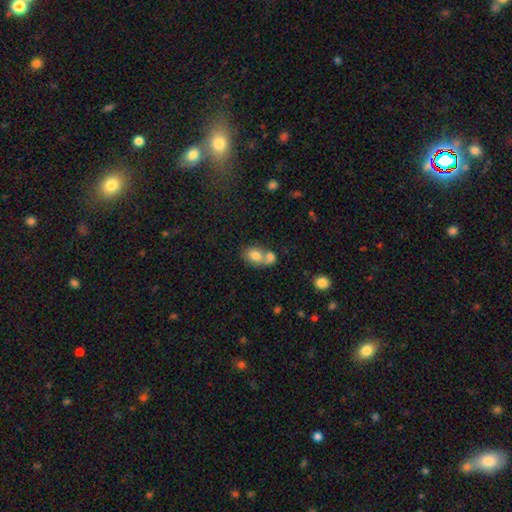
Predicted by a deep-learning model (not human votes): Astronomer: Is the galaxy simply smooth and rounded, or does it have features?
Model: smooth — 76%.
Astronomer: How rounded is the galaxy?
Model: in between — 73%.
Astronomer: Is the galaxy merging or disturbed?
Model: merger — 61%.